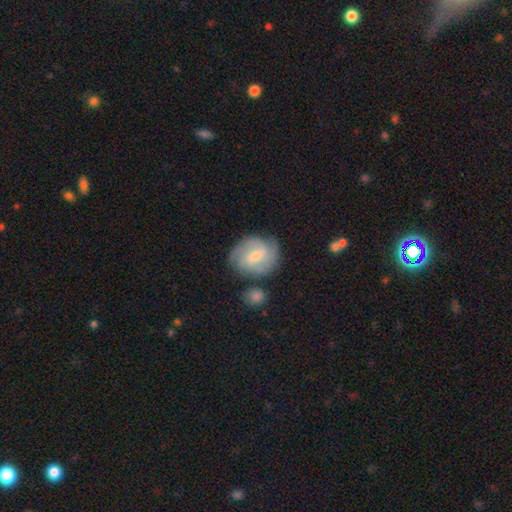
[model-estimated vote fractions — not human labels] smooth-or-featured: featured or disk: 74% | smooth: 20% | star or artifact: 7%
  disk-edge-on: no: 97% | yes: 3%
    bar: weak: 58% | no: 23% | strong: 19%
    has-spiral-arms: yes: 92% | no: 8%
      spiral-winding: tight: 48% | medium: 39% | loose: 13%
      spiral-arm-count: 2: 32% | can't tell: 27% | 3: 27% | 4: 8% | 1: 4% | more than 4: 3%
    bulge-size: small: 52% | moderate: 42% | none: 3% | large: 2% | dominant: 1%
  merging: none: 71% | minor disturbance: 17% | merger: 6% | major disturbance: 6%